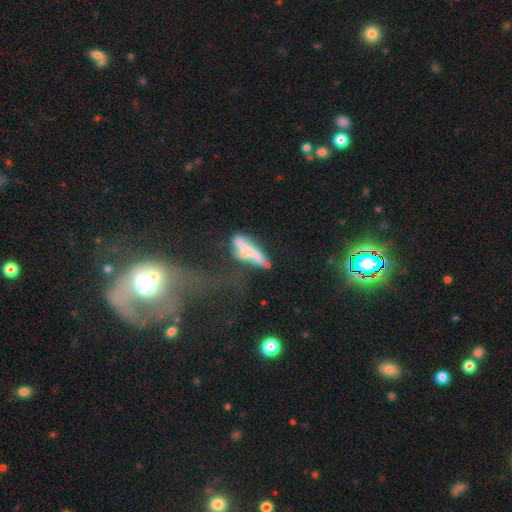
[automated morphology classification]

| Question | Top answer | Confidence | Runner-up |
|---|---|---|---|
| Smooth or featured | smooth | 48% | featured or disk (42%) |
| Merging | none | 31% | major disturbance (26%) |